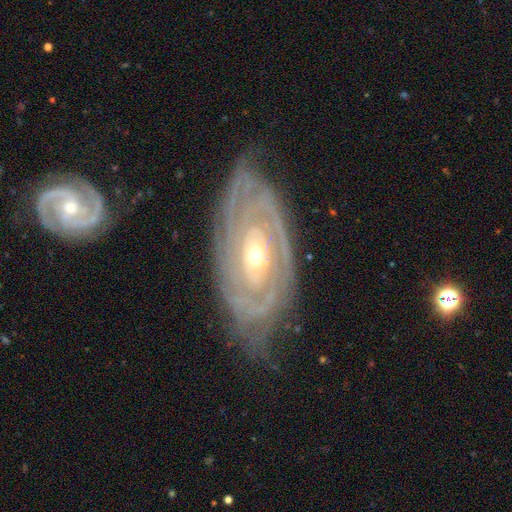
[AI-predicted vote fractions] Smooth or featured: featured or disk — 89% (smooth — 6%)
Edge-on disk: no — 93% (yes — 7%)
Bar: no — 58% (weak — 27%)
Spiral arms: yes — 95% (no — 5%)
Spiral winding: tight — 83% (medium — 14%)
Spiral arm count: can't tell — 33% (2 — 29%)
Bulge size: small — 54% (moderate — 43%)
Merging: none — 72% (minor disturbance — 20%)